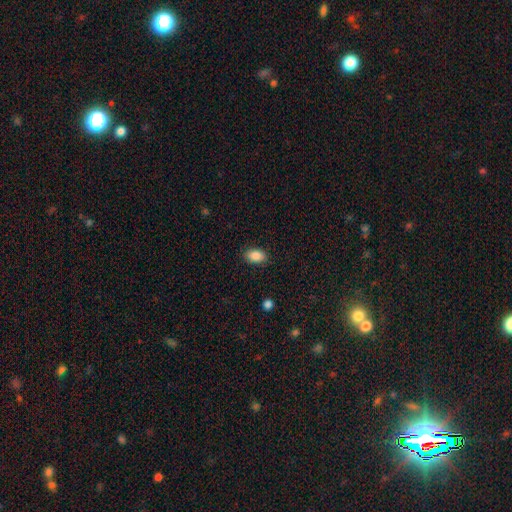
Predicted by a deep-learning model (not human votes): A smooth galaxy with no disk features (88%) that is in between round and cigar-shaped (89%). Merging: none (87%).